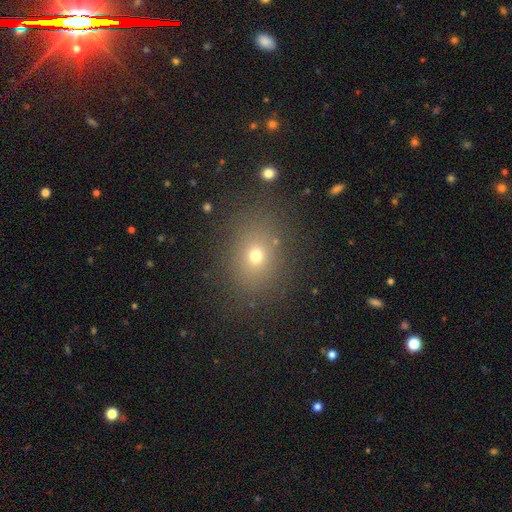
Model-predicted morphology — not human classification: Smooth or featured?
  - smooth: 68% *
  - star or artifact: 20%
  - featured or disk: 12%
How rounded?
  - round: 54% *
  - in between: 45%
  - cigar-shaped: 1%
Merging?
  - none: 82% *
  - minor disturbance: 10%
  - major disturbance: 5%
  - merger: 2%